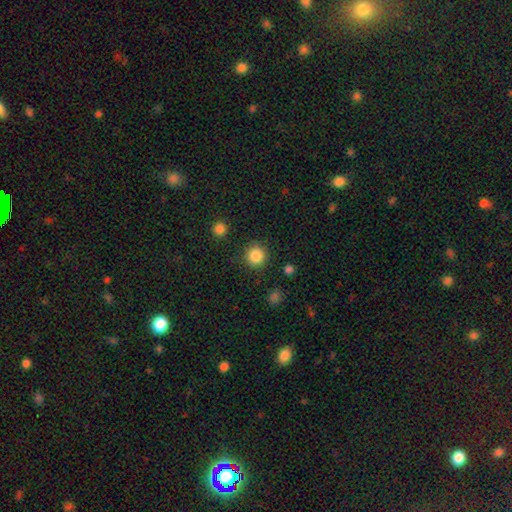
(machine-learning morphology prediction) Smooth or featured: smooth — 86% (star or artifact — 10%)
How rounded: round — 94% (in between — 5%)
Merging: none — 88% (minor disturbance — 7%)